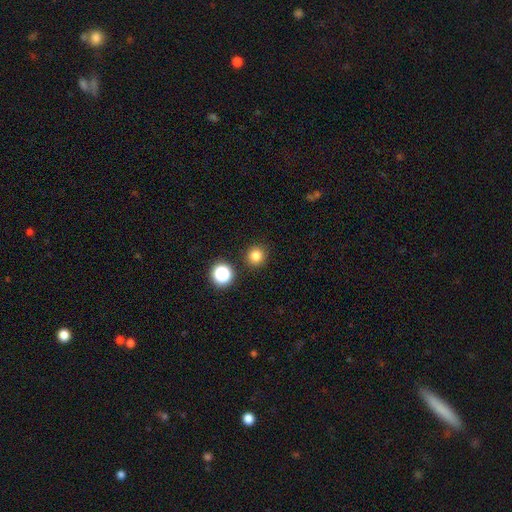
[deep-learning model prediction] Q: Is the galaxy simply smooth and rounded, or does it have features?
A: smooth — 81%.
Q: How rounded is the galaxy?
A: round — 94%.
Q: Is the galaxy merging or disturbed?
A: none — 89%.